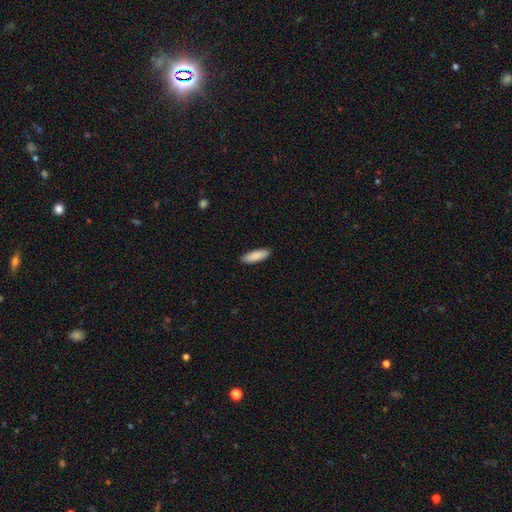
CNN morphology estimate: A smooth galaxy with no disk features (89%) that is in between round and cigar-shaped (56%).

Vote fractions:
- Smooth or featured? smooth: 89% / featured or disk: 6% / star or artifact: 5%
- How rounded? in between: 56% / cigar-shaped: 43% / round: 2%
- Merging? none: 90% / minor disturbance: 8% / major disturbance: 2% / merger: 1%